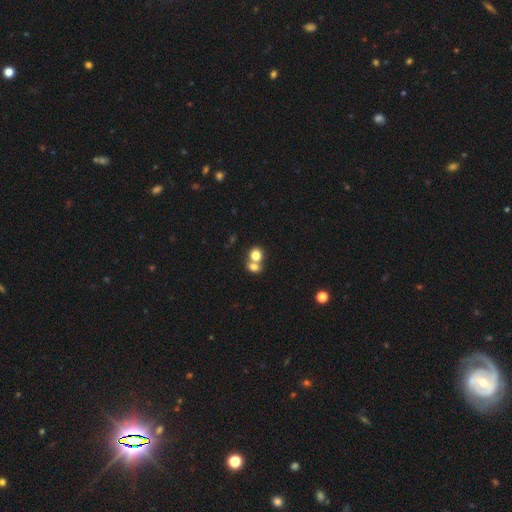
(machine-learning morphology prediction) Smooth or featured: smooth — 78% (featured or disk — 11%)
How rounded: round — 66% (in between — 33%)
Merging: merger — 56% (none — 34%)